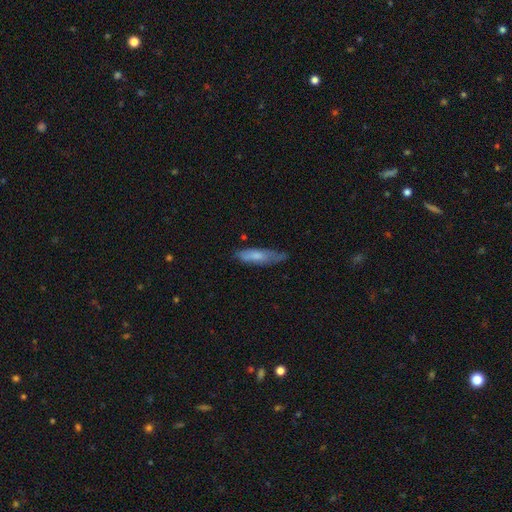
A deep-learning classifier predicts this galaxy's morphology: Smooth or featured? smooth (65%)
How rounded? cigar-shaped (63%)
Merging? none (58%)